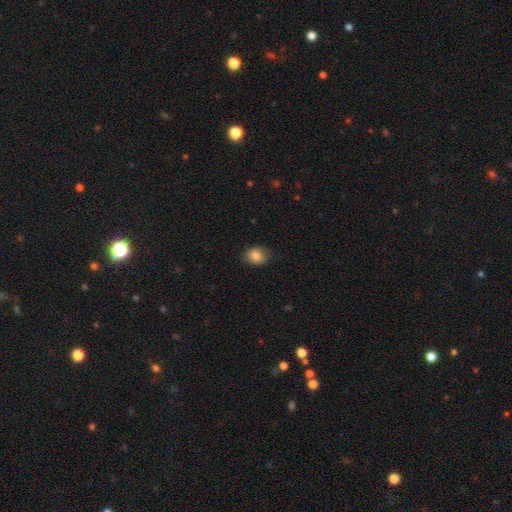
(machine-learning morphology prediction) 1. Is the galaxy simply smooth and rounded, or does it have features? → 83% smooth, 9% featured or disk, 9% star or artifact.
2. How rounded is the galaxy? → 61% in between, 38% round, 1% cigar-shaped.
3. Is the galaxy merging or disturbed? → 80% none, 16% minor disturbance, 4% major disturbance, 1% merger.